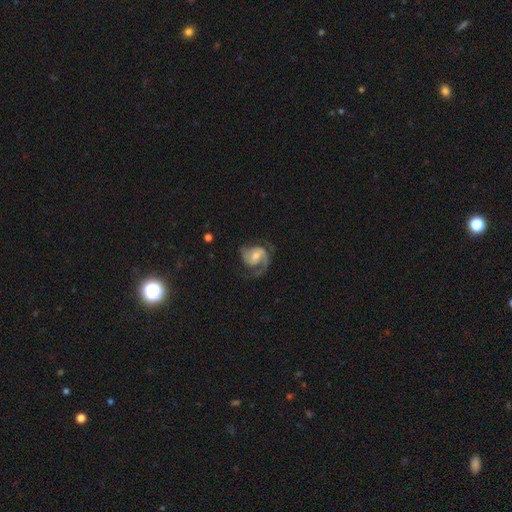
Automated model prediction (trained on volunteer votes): Smooth or featured: featured or disk — 84% (smooth — 11%)
Edge-on disk: no — 98% (yes — 2%)
Bar: weak — 47% (no — 38%)
Spiral arms: yes — 96% (no — 4%)
Spiral winding: medium — 49% (tight — 29%)
Spiral arm count: 2 — 66% (1 — 21%)
Bulge size: moderate — 49% (small — 38%)
Merging: none — 58% (major disturbance — 21%)